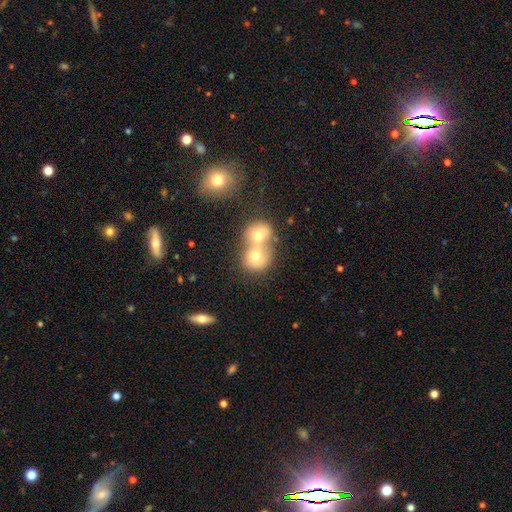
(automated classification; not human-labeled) smooth_or_featured: smooth (p=0.67) [alt: featured or disk p=0.21]
how_rounded: round (p=0.69) [alt: in between p=0.30]
merging: merger (p=0.71) [alt: none p=0.21]